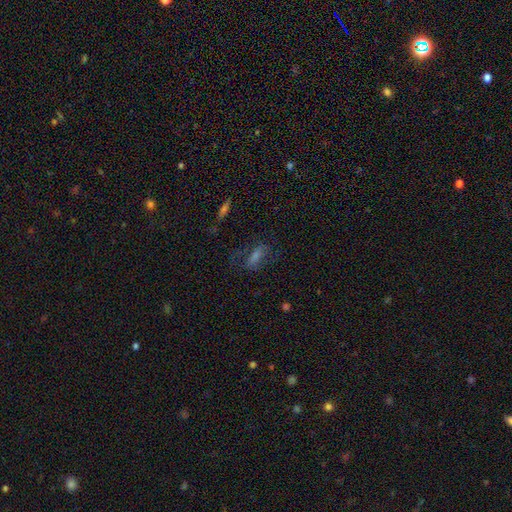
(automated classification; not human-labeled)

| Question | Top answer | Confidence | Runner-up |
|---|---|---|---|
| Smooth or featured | smooth | 38% | featured or disk (33%) |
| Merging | none | 65% | minor disturbance (17%) |